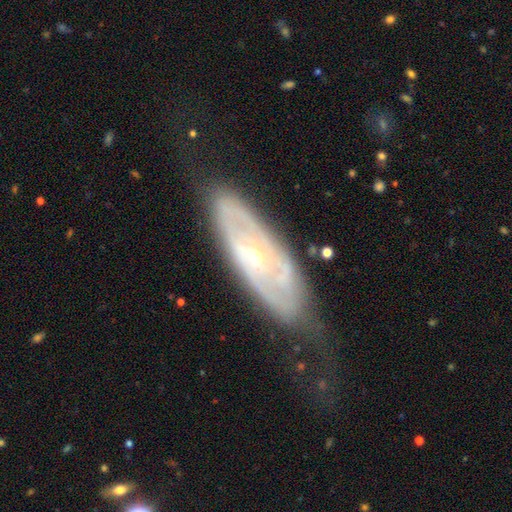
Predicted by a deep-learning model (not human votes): This appears to be a featured or disk galaxy (78%) with no bar (70%), spiral arms (73%) and a small central bulge (80%). Merging: none (59%).